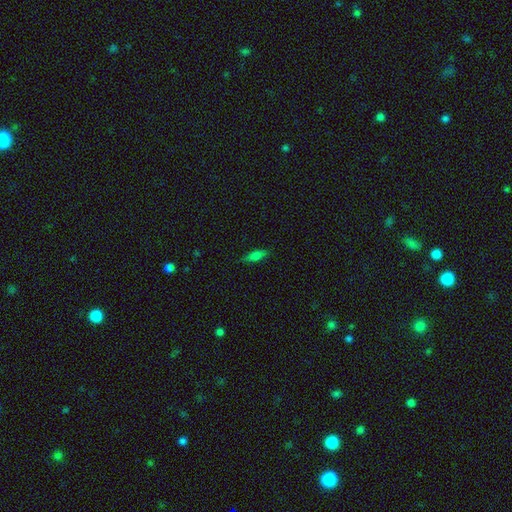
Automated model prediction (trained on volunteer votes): A smooth galaxy with no disk features (69%) that is in between round and cigar-shaped (58%).

Vote fractions:
- Smooth or featured? smooth: 69% / featured or disk: 20% / star or artifact: 11%
- How rounded? in between: 58% / cigar-shaped: 39% / round: 3%
- Merging? none: 82% / minor disturbance: 14% / major disturbance: 3% / merger: 1%